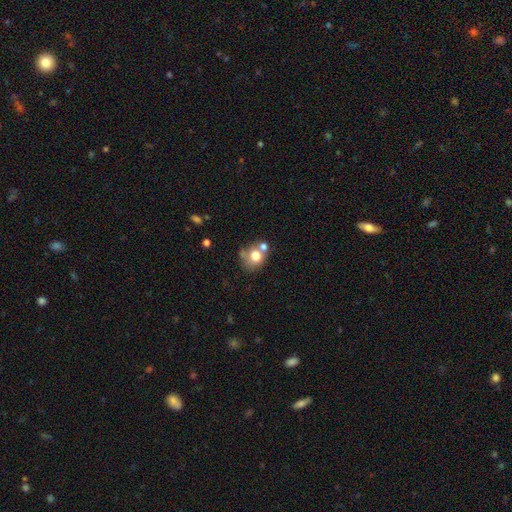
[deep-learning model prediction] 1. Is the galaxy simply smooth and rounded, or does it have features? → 72% smooth, 17% featured or disk, 11% star or artifact.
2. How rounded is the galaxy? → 68% round, 31% in between, 1% cigar-shaped.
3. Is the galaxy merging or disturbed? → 45% none, 34% merger, 14% minor disturbance, 7% major disturbance.